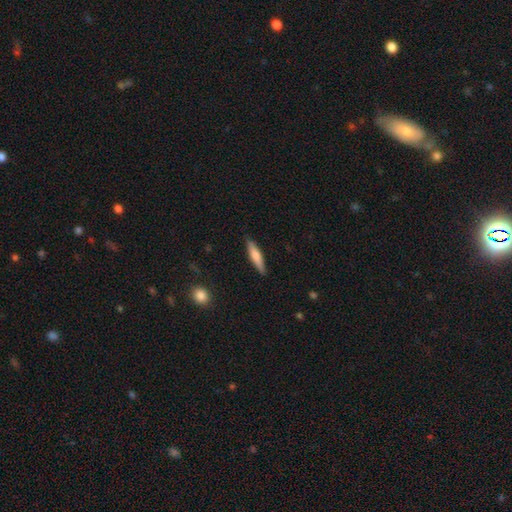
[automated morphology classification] Smooth or featured: smooth — 66% (featured or disk — 28%)
How rounded: cigar-shaped — 84% (in between — 15%)
Merging: none — 88% (minor disturbance — 9%)